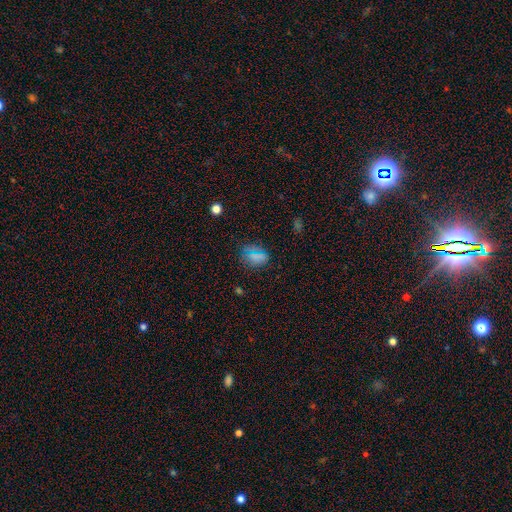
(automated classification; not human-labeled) Overall: smooth (70%). How rounded: round (49%; in between 46%). Merging: none (83%).